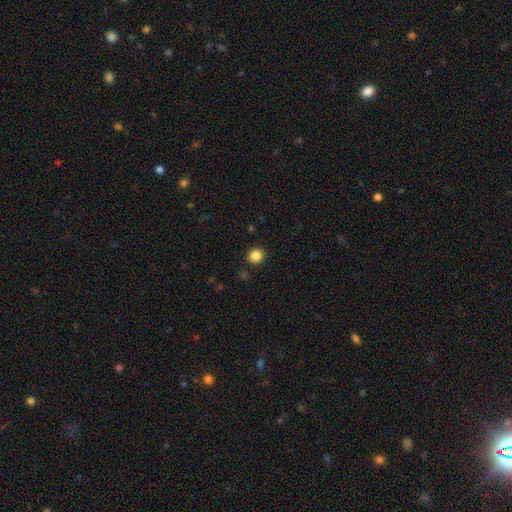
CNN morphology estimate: Smooth or featured: smooth — 85% (star or artifact — 11%)
How rounded: round — 91% (in between — 8%)
Merging: none — 91% (minor disturbance — 5%)